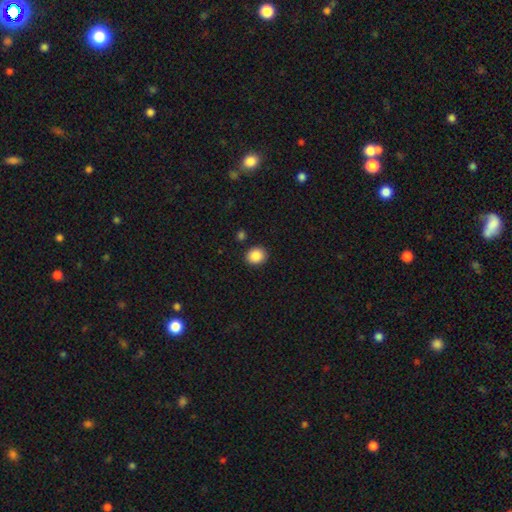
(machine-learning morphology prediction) smooth 87%, star or artifact 9%, featured or disk 4%. Down the decision tree: how rounded — round (73%); merging — none (89%).